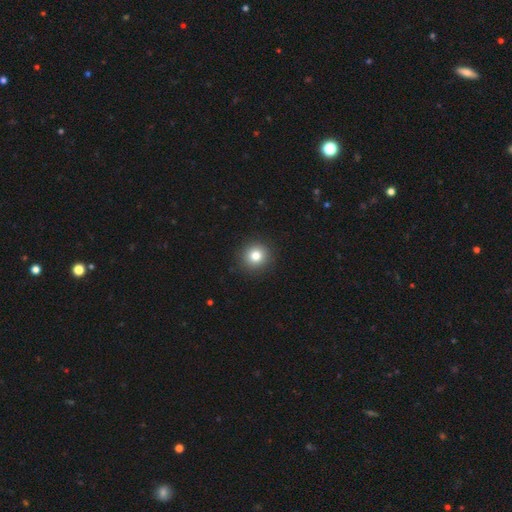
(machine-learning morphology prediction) Q: Smooth or featured?
A: smooth (81%); runner-up: star or artifact (12%)
Q: How rounded?
A: round (93%); runner-up: in between (6%)
Q: Merging?
A: none (92%); runner-up: minor disturbance (5%)